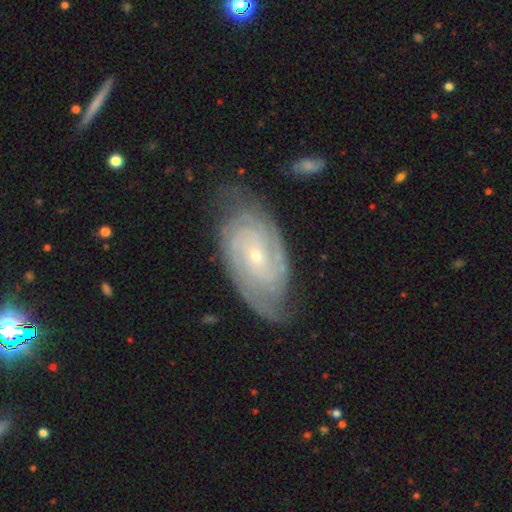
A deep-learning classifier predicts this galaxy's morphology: Smooth or featured: featured or disk — 87% (smooth — 7%)
Edge-on disk: no — 96% (yes — 4%)
Bar: no — 66% (weak — 27%)
Spiral arms: yes — 97% (no — 3%)
Spiral winding: tight — 77% (medium — 19%)
Spiral arm count: 2 — 33% (can't tell — 26%)
Bulge size: small — 73% (moderate — 24%)
Merging: none — 72% (minor disturbance — 20%)